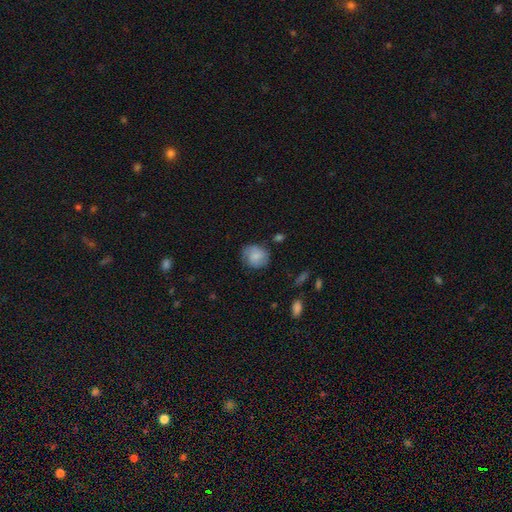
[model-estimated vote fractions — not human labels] Smooth or featured: smooth — 74% (featured or disk — 18%)
How rounded: round — 72% (in between — 27%)
Merging: none — 69% (minor disturbance — 22%)